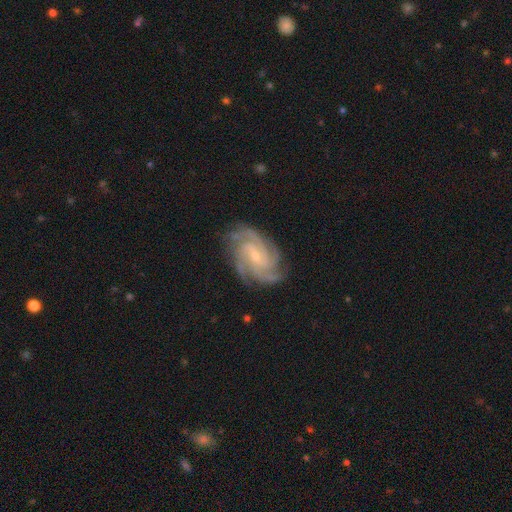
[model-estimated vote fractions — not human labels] Morphology: type=featured or disk (91%); edge-on=no (98%); bar=no (49%); spiral arms=yes (99%); winding=tight (63%); arm count=4 (48%); bulge=small (71%); merging=none (81%).